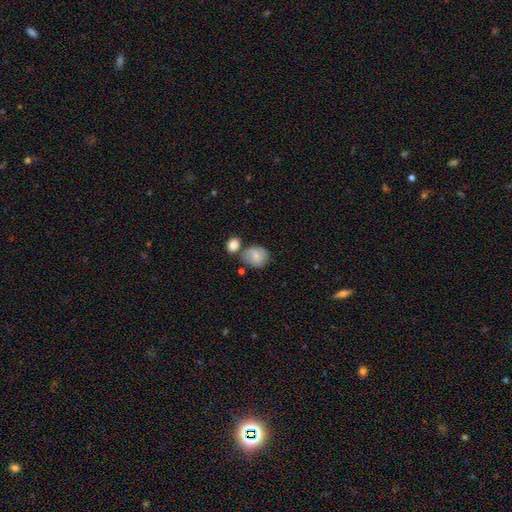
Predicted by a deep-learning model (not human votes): This is likely a smooth galaxy (73%). How rounded: likely round (72%). Merging: possibly none (54%).